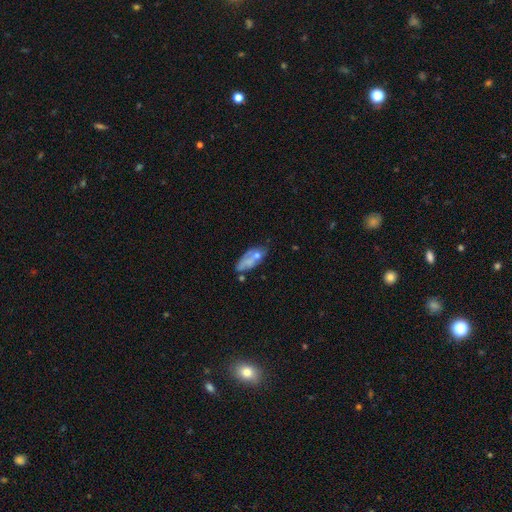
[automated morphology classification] Q: Smooth or featured?
A: smooth (38%); runner-up: featured or disk (34%)
Q: Merging?
A: none (65%); runner-up: minor disturbance (16%)